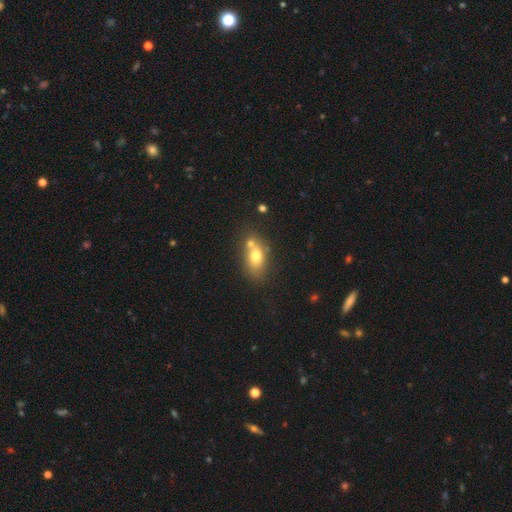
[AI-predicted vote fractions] The model was most divided on "merging": none: 46%, merger: 35%, minor disturbance: 14%, major disturbance: 5%. More confident: how rounded — in between (76%); smooth or featured — smooth (69%).